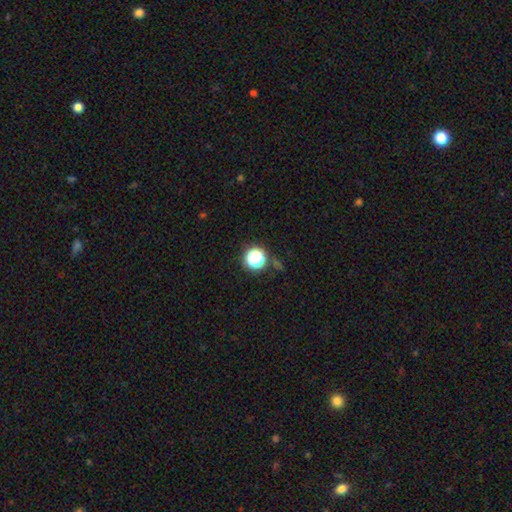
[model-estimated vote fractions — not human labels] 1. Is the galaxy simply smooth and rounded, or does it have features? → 51% smooth, 41% star or artifact, 8% featured or disk.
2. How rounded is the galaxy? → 86% round, 12% in between, 1% cigar-shaped.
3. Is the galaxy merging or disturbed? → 77% none, 11% minor disturbance, 6% major disturbance, 6% merger.